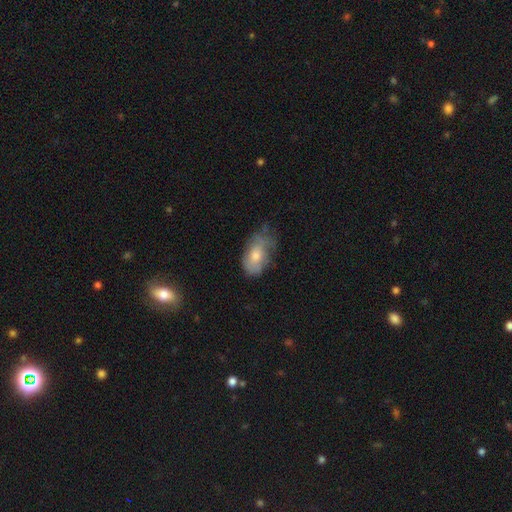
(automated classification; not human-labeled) Overall: smooth (61%; featured or disk 31%). How rounded: in between (90%). Merging: none (46%; minor disturbance 36%).